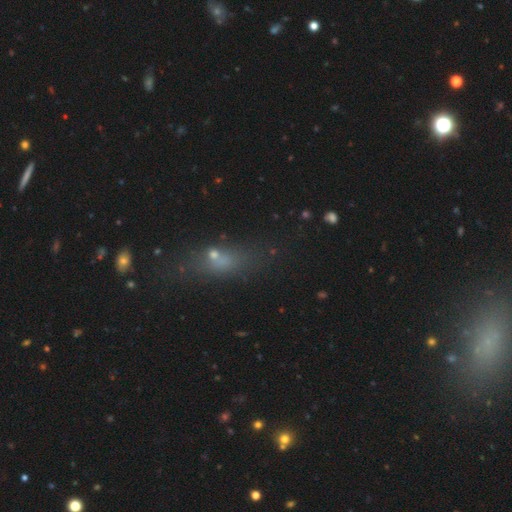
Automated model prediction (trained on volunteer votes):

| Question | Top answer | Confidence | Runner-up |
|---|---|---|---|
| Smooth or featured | smooth | 39% | star or artifact (33%) |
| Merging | none | 63% | minor disturbance (19%) |